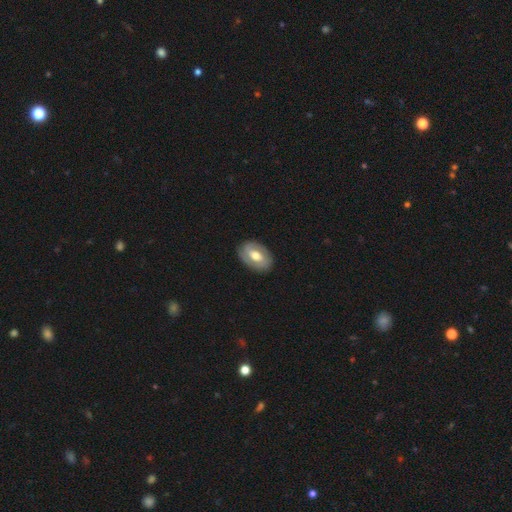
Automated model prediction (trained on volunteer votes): Smooth or featured? Predicted: featured or disk (p=0.61). Edge-on disk? Predicted: no (p=0.94). Bar? Predicted: weak (p=0.41). Spiral arms? Predicted: yes (p=0.56). Bulge size? Predicted: moderate (p=0.72). Merging? Predicted: none (p=0.84).